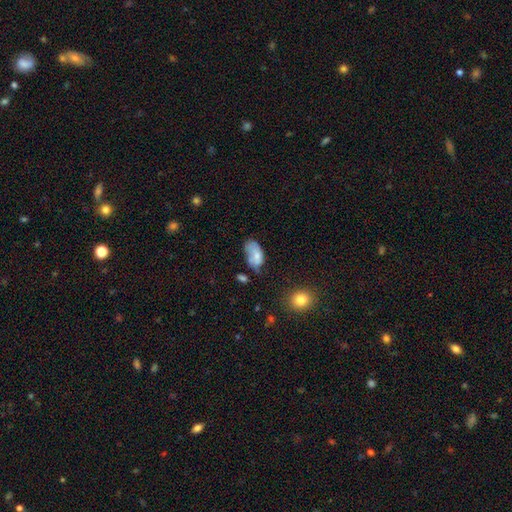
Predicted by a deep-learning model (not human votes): This is likely a smooth galaxy (66%). How rounded: clearly in between (92%). Merging: marginally minor disturbance (35%).